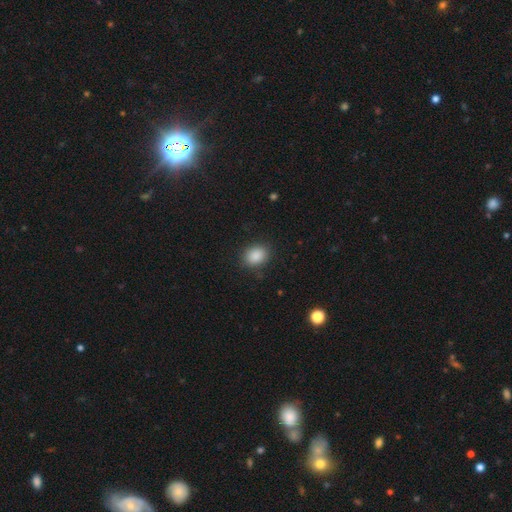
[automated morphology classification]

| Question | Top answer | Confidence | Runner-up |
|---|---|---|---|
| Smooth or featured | smooth | 87% | star or artifact (9%) |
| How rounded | in between | 58% | round (41%) |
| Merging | none | 86% | minor disturbance (10%) |